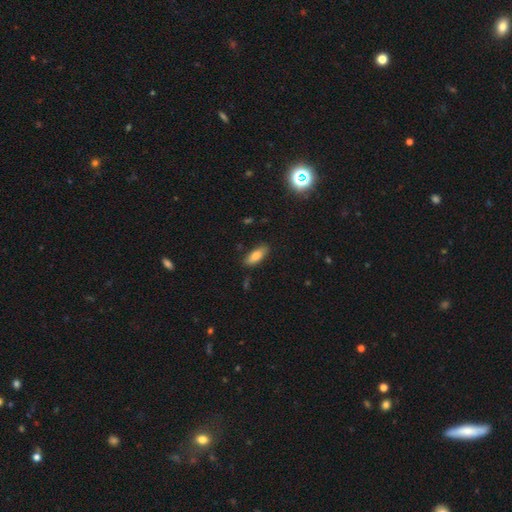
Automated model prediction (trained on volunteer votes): Smooth or featured? smooth (80%)
How rounded? in between (75%)
Merging? none (82%)